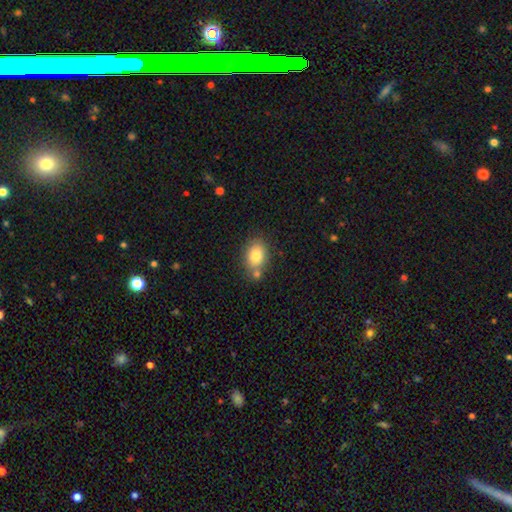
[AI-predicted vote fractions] smooth_or_featured: smooth (p=0.80) [alt: featured or disk p=0.11]
how_rounded: in between (p=0.73) [alt: round p=0.25]
merging: none (p=0.65) [alt: merger p=0.18]